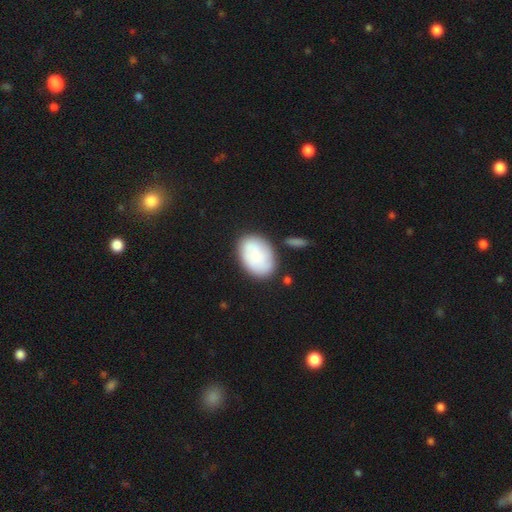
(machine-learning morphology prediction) A smooth galaxy with no disk features (77%) that is in between round and cigar-shaped (84%). Merging: none (70%).